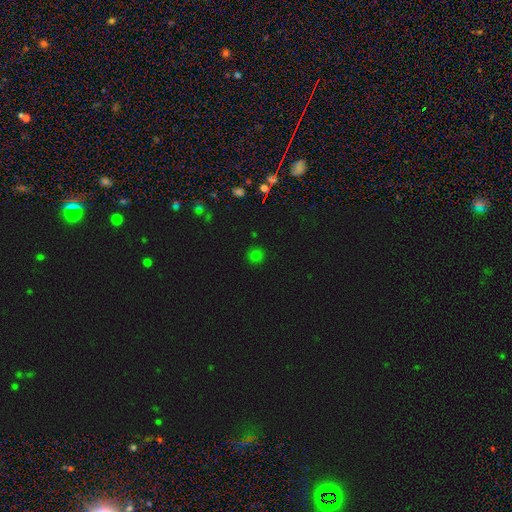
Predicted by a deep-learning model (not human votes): The model was most divided on "smooth or featured": smooth: 74%, star or artifact: 22%, featured or disk: 5%. More confident: how rounded — round (91%); merging — none (88%).